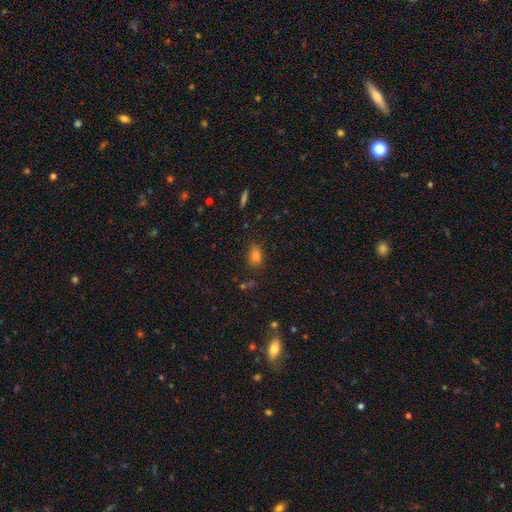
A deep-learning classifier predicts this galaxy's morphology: Smooth or featured? Predicted: smooth (p=0.72). How rounded? Predicted: in between (p=0.71). Merging? Predicted: none (p=0.75).